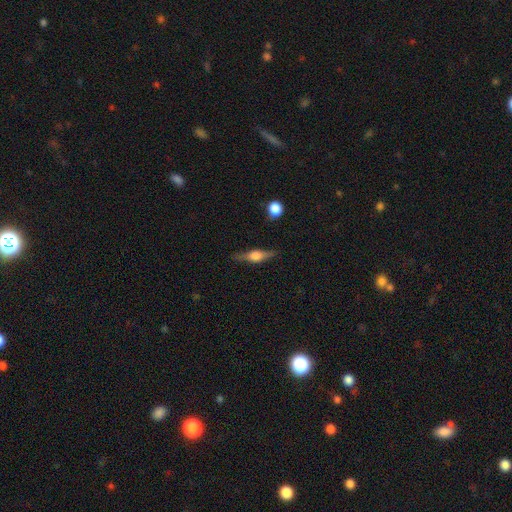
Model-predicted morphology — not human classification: featured or disk 64%, smooth 29%, star or artifact 7%. Down the decision tree: edge-on disk — yes (96%); edge-on bulge — rounded (88%); merging — none (84%).